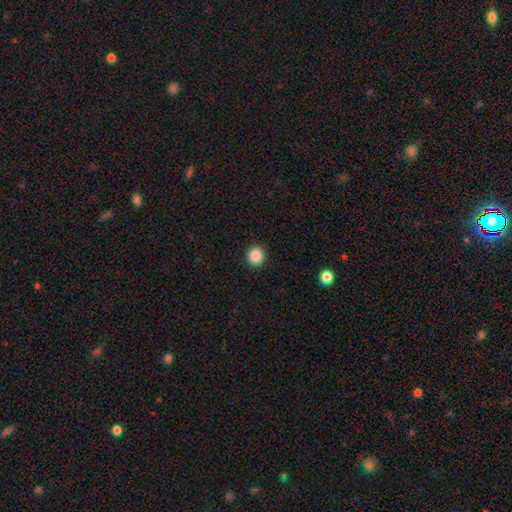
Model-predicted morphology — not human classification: Smooth or featured? smooth (88%)
How rounded? round (88%)
Merging? none (92%)